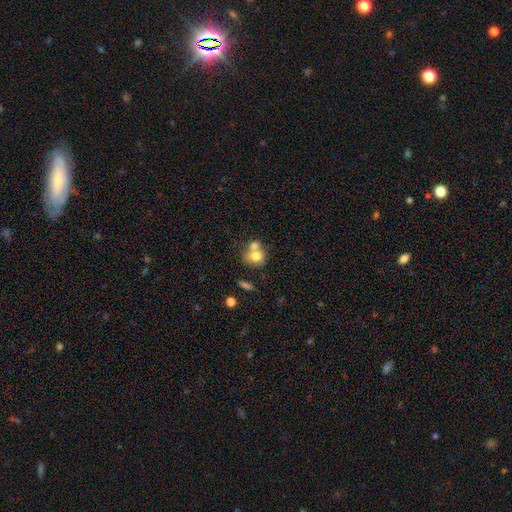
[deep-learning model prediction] Smooth or featured?
  - smooth: 73% *
  - featured or disk: 18%
  - star or artifact: 10%
How rounded?
  - round: 66% *
  - in between: 33%
  - cigar-shaped: 1%
Merging?
  - merger: 51% *
  - none: 36%
  - minor disturbance: 9%
  - major disturbance: 4%